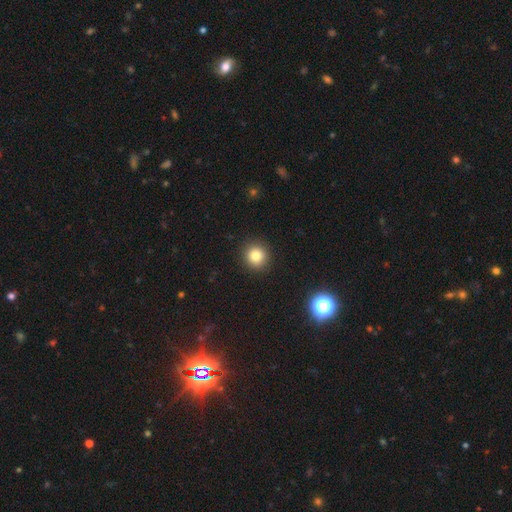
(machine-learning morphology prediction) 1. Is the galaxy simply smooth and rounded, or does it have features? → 83% smooth, 12% star or artifact, 6% featured or disk.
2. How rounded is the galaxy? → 91% round, 8% in between, 1% cigar-shaped.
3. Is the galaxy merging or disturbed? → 91% none, 6% minor disturbance, 2% major disturbance, 1% merger.